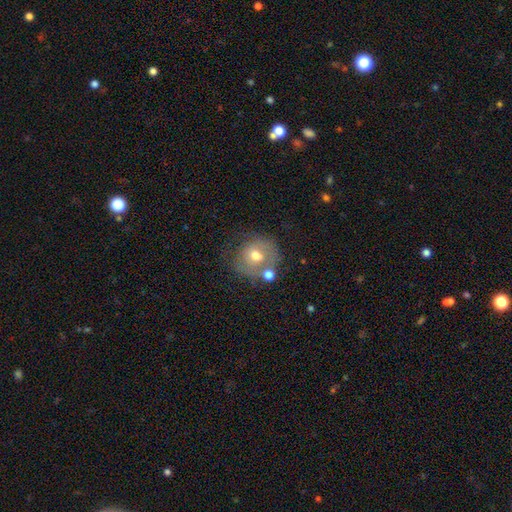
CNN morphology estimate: A smooth galaxy with no disk features (51%) that is round (81%). Merging: none (48%).